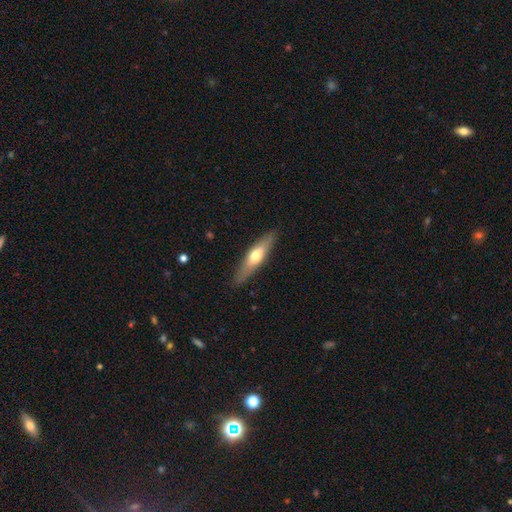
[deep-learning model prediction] Smooth or featured? Predicted: smooth (p=0.51). How rounded? Predicted: cigar-shaped (p=0.71). Merging? Predicted: none (p=0.86).